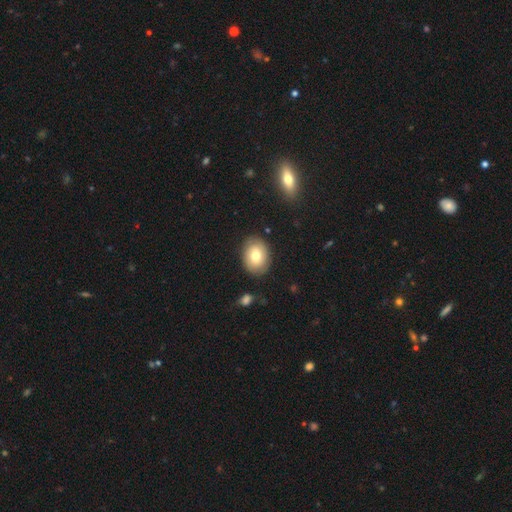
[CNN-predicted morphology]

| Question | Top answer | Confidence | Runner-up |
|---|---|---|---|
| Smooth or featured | smooth | 72% | featured or disk (20%) |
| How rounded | in between | 66% | round (34%) |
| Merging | none | 84% | minor disturbance (11%) |